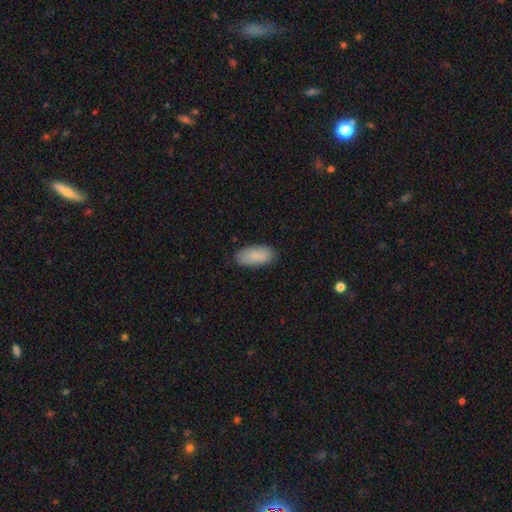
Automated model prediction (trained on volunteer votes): Smooth or featured? Predicted: smooth (p=0.88). How rounded? Predicted: in between (p=0.92). Merging? Predicted: none (p=0.86).